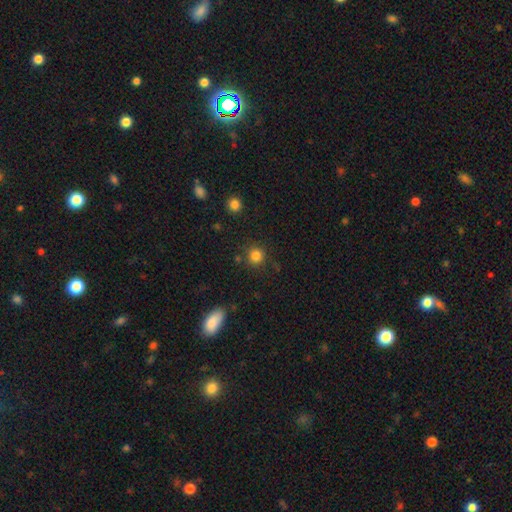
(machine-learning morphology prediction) This is clearly a smooth galaxy (83%). How rounded: clearly round (90%). Merging: clearly none (84%).